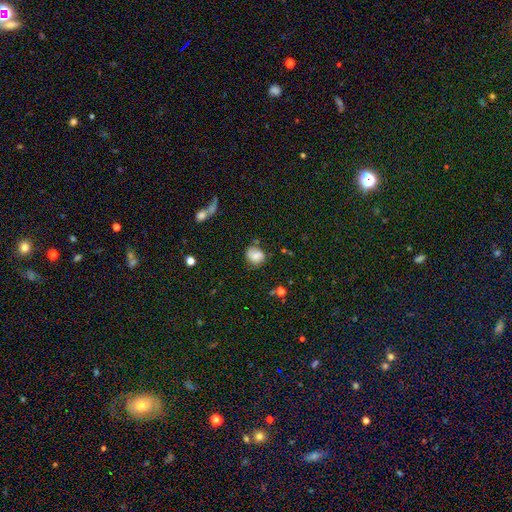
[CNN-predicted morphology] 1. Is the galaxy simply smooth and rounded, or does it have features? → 74% smooth, 15% featured or disk, 11% star or artifact.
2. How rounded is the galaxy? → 62% round, 37% in between, 1% cigar-shaped.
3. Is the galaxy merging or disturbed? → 58% none, 26% minor disturbance, 8% major disturbance, 8% merger.